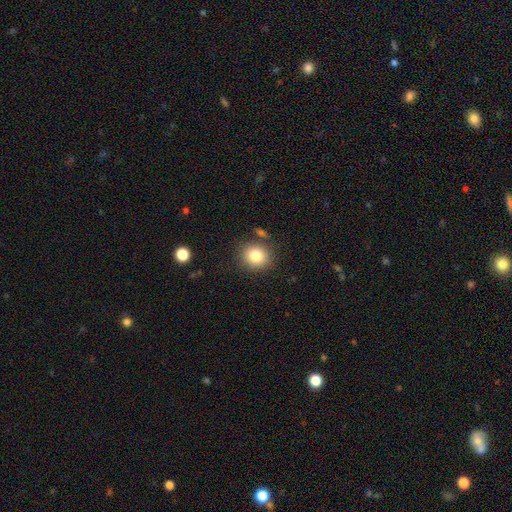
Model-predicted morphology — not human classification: A smooth galaxy with no disk features (82%) that is round (78%).

Vote fractions:
- Smooth or featured? smooth: 82% / star or artifact: 10% / featured or disk: 8%
- How rounded? round: 78% / in between: 21% / cigar-shaped: 1%
- Merging? none: 80% / minor disturbance: 10% / merger: 6% / major disturbance: 3%